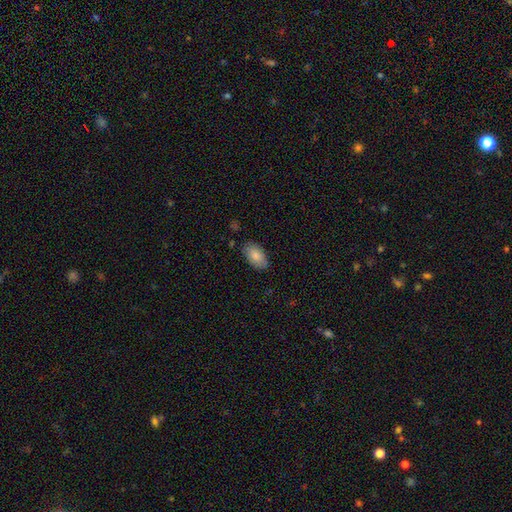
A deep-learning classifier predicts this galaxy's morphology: This appears to be a smooth galaxy with no disk features (85%) that is in between round and cigar-shaped (94%). Merging: none (81%).